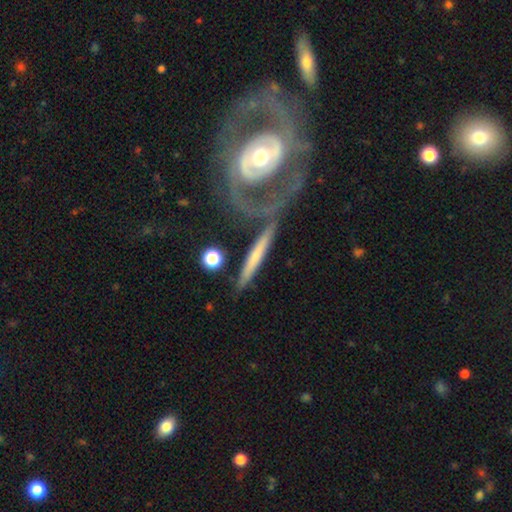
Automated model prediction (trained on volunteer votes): Overall: featured or disk (56%; smooth 38%). Edge-on disk: yes (69%; no 31%). Merging: none (62%).